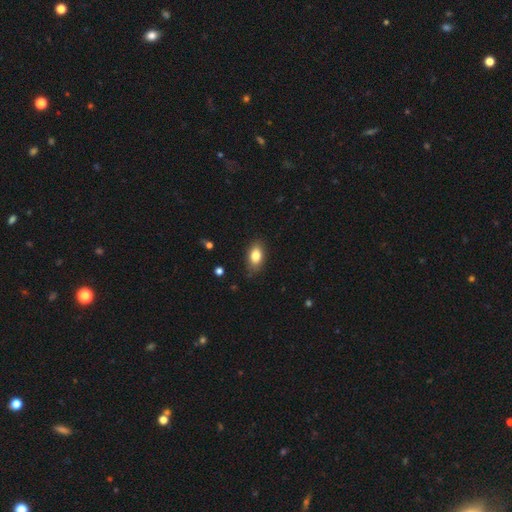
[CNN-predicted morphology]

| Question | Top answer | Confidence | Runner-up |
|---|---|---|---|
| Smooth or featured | smooth | 82% | featured or disk (10%) |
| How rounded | in between | 88% | round (9%) |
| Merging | none | 83% | minor disturbance (13%) |